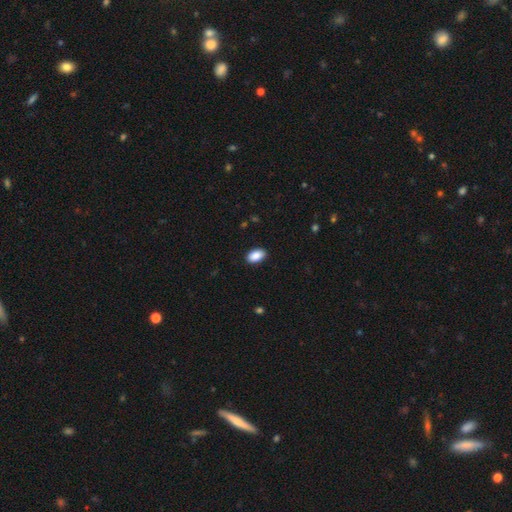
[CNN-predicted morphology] type=smooth (89%); roundness=in between (93%); merging=none (89%).